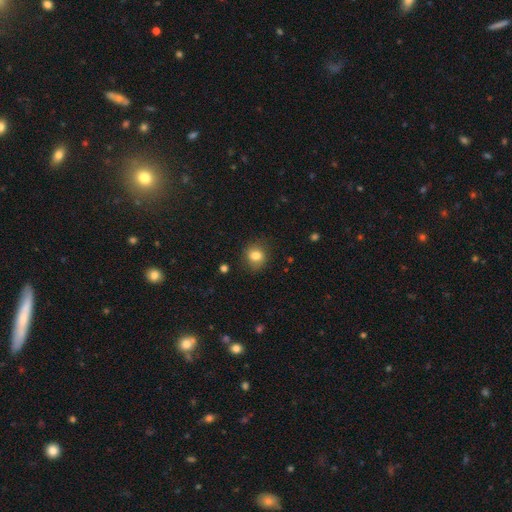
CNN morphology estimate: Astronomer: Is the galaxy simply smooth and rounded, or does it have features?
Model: smooth — 81%.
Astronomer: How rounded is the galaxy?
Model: round — 73%.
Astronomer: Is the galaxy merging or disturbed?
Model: none — 82%.